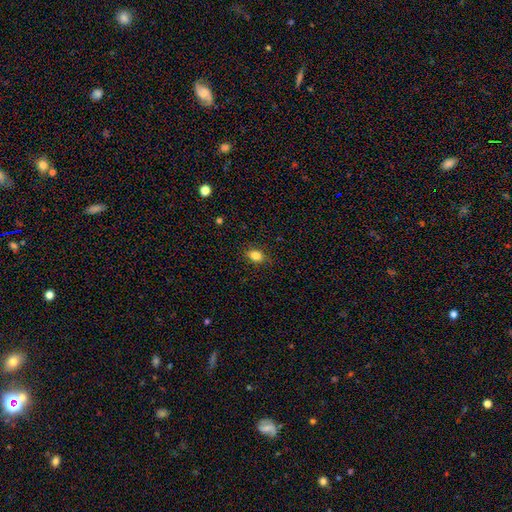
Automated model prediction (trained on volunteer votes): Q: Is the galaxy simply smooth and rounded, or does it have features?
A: smooth — 83%.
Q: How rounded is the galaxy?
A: in between — 77%.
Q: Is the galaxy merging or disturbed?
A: none — 85%.